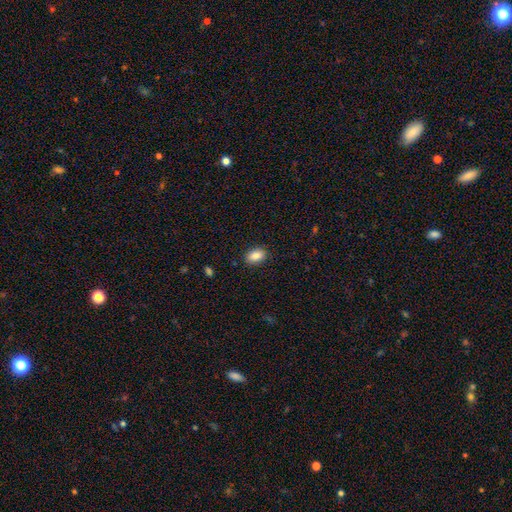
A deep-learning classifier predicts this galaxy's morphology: smooth 87%, star or artifact 8%, featured or disk 5%. Down the decision tree: how rounded — in between (85%); merging — none (88%).